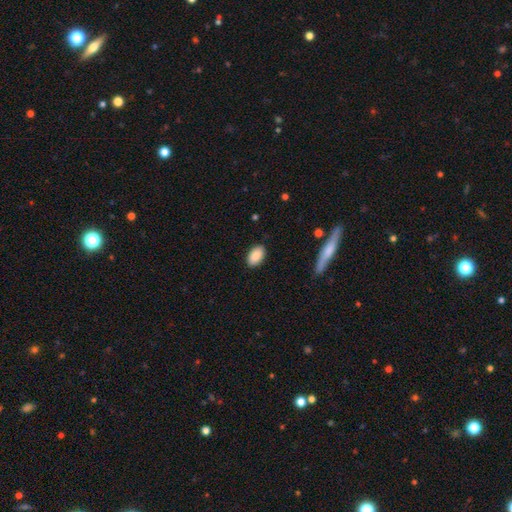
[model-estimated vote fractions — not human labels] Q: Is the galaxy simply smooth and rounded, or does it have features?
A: smooth — 89%.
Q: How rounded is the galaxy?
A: in between — 93%.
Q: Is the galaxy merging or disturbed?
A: none — 87%.